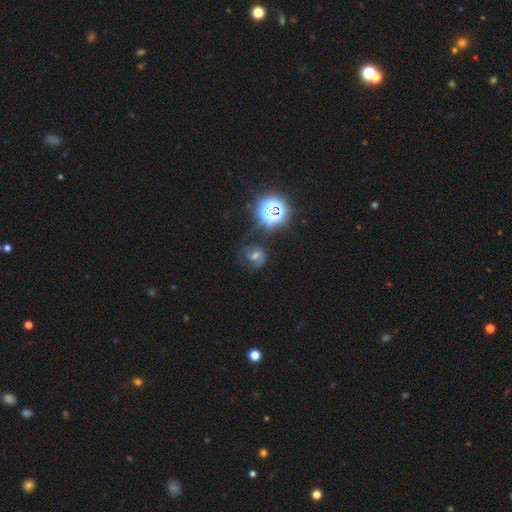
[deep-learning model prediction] smooth-or-featured: featured or disk: 48% | star or artifact: 31% | smooth: 21%
  merging: none: 67% | minor disturbance: 18% | major disturbance: 12% | merger: 4%